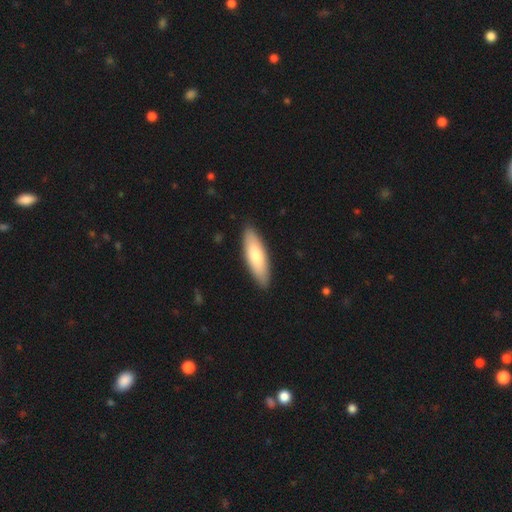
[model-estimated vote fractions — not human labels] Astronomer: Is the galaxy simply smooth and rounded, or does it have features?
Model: smooth — 74%.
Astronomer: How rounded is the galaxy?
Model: in between — 53% (runner-up: cigar-shaped, 46%).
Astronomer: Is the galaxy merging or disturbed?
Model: none — 89%.